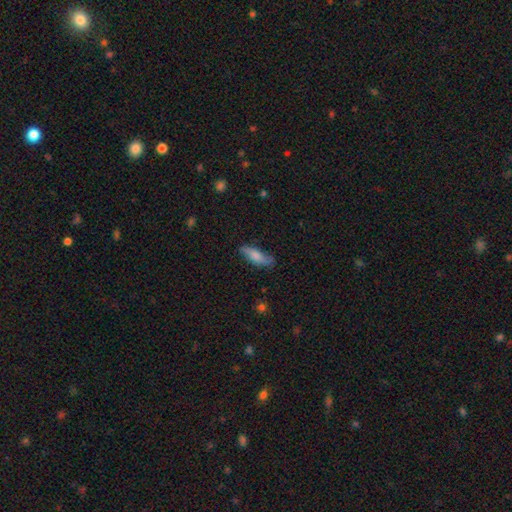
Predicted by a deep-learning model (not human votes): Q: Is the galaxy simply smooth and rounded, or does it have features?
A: smooth — 68%.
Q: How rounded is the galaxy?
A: in between — 54%.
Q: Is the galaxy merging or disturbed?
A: none — 71%.